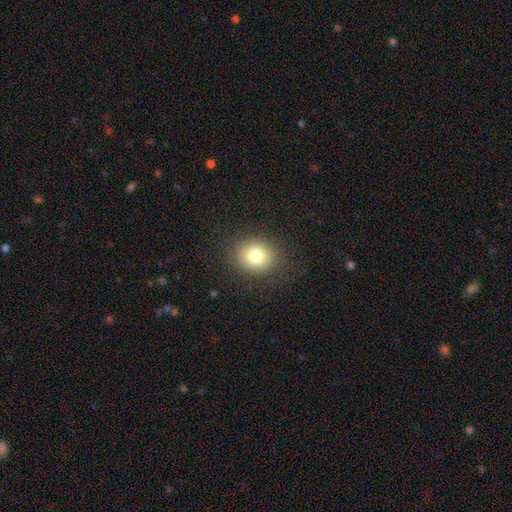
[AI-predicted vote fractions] This is likely a smooth galaxy (78%). How rounded: likely round (75%). Merging: clearly none (88%).